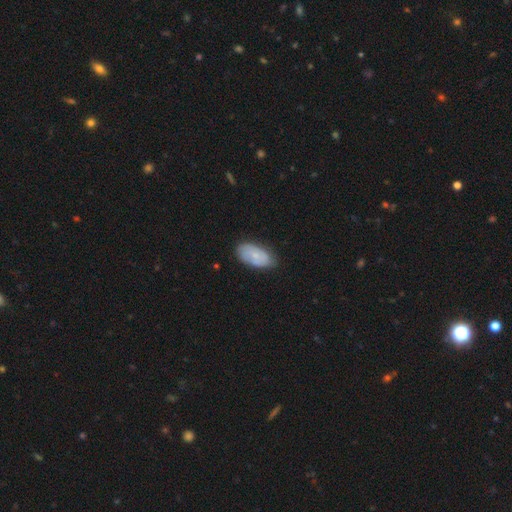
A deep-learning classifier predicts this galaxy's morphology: Overall: smooth (65%; featured or disk 29%). How rounded: in between (94%). Merging: none (74%).